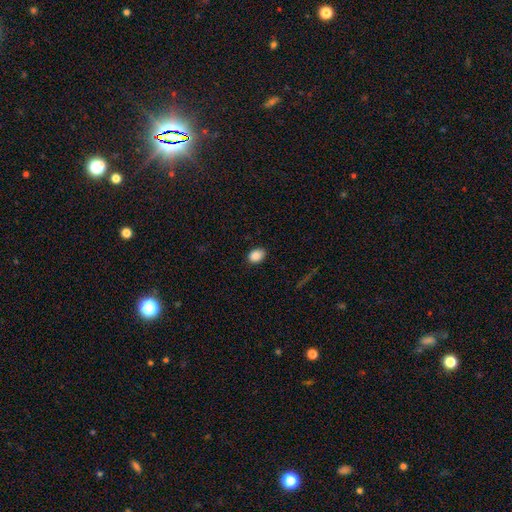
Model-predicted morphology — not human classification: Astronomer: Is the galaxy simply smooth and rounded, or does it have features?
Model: smooth — 88%.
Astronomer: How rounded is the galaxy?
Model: in between — 76%.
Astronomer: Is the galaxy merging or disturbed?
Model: none — 87%.